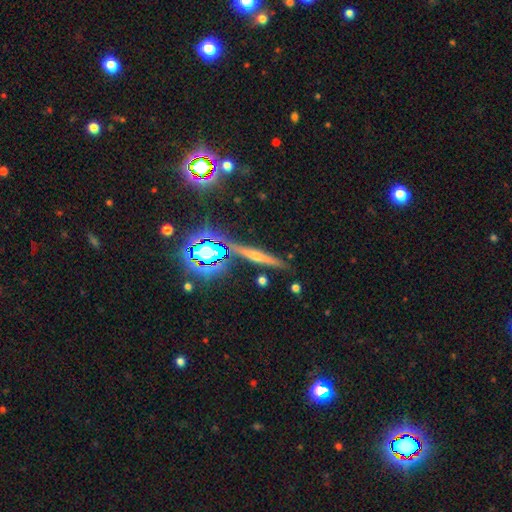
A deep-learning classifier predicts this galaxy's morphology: Overall: featured or disk (52%; smooth 27%). Edge-on disk: yes (94%). Merging: none (85%).